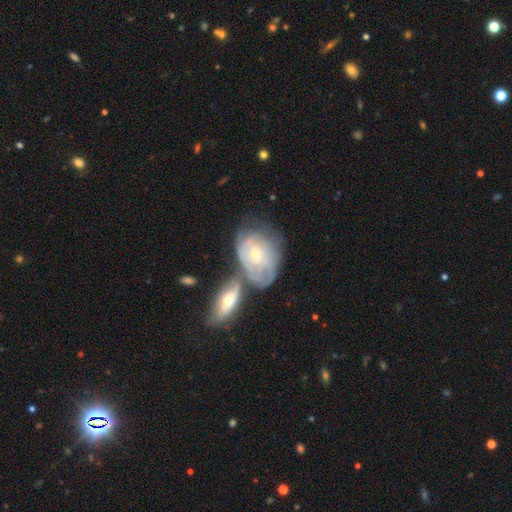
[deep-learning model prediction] Smooth or featured?
  - featured or disk: 69% *
  - smooth: 24%
  - star or artifact: 7%
Edge-on disk?
  - no: 94% *
  - yes: 6%
Bar?
  - no: 81% *
  - weak: 16%
  - strong: 3%
Spiral arms?
  - yes: 76% *
  - no: 24%
Bulge size?
  - small: 68% *
  - moderate: 28%
  - large: 1%
  - none: 1%
  - dominant: 1%
Merging?
  - none: 37% *
  - merger: 36%
  - minor disturbance: 18%
  - major disturbance: 10%